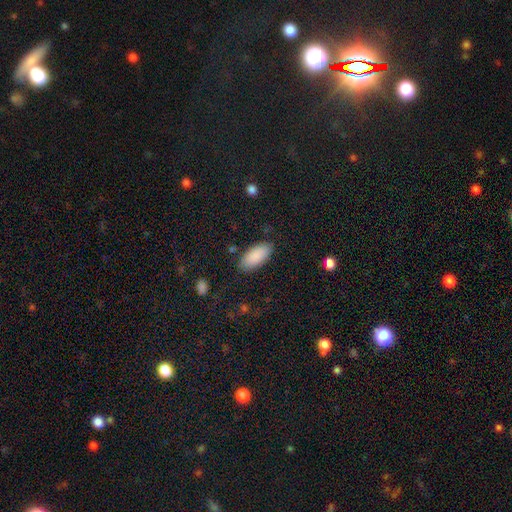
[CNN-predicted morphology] A smooth galaxy with no disk features (89%) that is in between round and cigar-shaped (91%). Merging: none (85%).